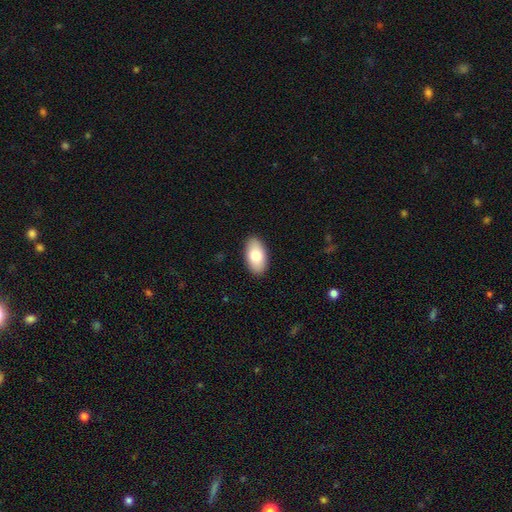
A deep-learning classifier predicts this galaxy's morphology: Smooth or featured?
  - smooth: 77% *
  - featured or disk: 17%
  - star or artifact: 6%
How rounded?
  - in between: 95% *
  - round: 3%
  - cigar-shaped: 2%
Merging?
  - none: 90% *
  - minor disturbance: 8%
  - major disturbance: 2%
  - merger: 1%